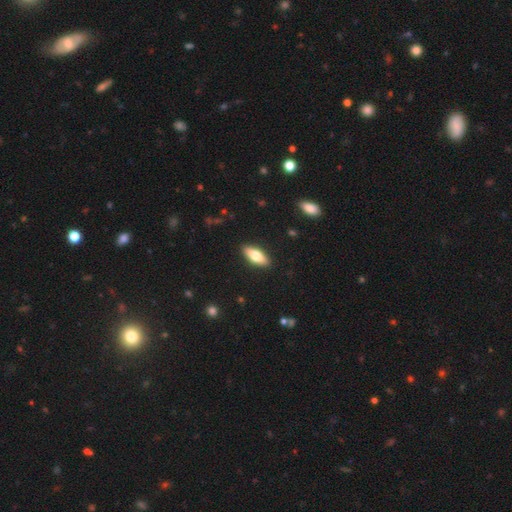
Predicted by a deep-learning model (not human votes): This is likely a smooth galaxy (68%). How rounded: likely in between (71%). Merging: clearly none (90%).